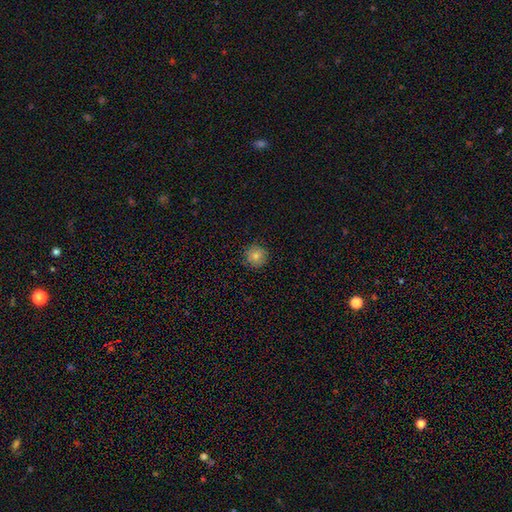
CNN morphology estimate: type=smooth (82%); roundness=round (94%); merging=none (89%).